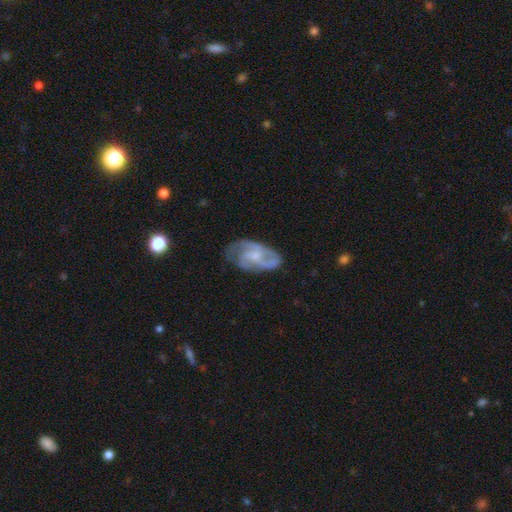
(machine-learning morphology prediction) Overall: featured or disk (82%). Edge-on disk: no (97%). Bar: no (52%; weak 40%). Spiral arms: yes (94%). Spiral arm count: 3 (36%, tied with 2). Spiral winding: medium (50%; tight 29%). Bulge size: small (63%; moderate 26%). Merging: none (63%; minor disturbance 24%).